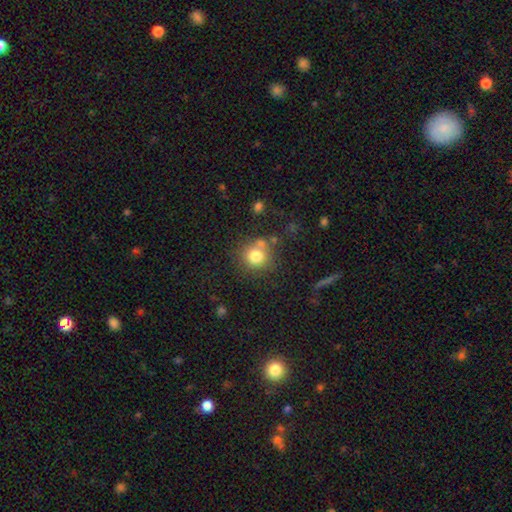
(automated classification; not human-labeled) smooth_or_featured: smooth (p=0.79) [alt: star or artifact p=0.12]
how_rounded: round (p=0.89) [alt: in between p=0.10]
merging: none (p=0.65) [alt: merger p=0.17]